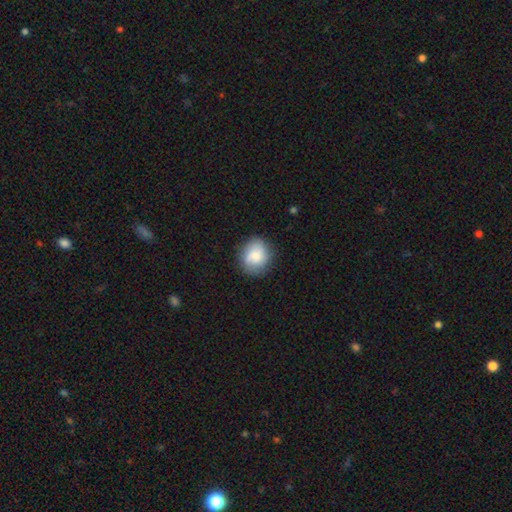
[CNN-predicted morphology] smooth 69%, featured or disk 23%, star or artifact 8%. Down the decision tree: how rounded — round (76%); merging — none (80%).